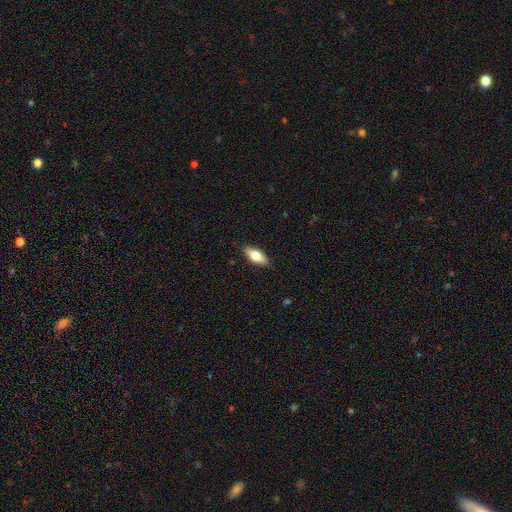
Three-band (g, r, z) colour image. It shows a smooth galaxy with no disk features (68%) that is in between round and cigar-shaped (77%). Merging: none (97%).